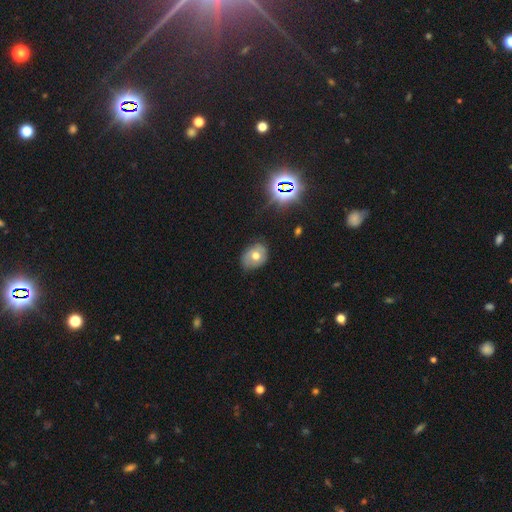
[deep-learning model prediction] Smooth or featured? Predicted: smooth (p=0.59). How rounded? Predicted: in between (p=0.59). Merging? Predicted: none (p=0.72).